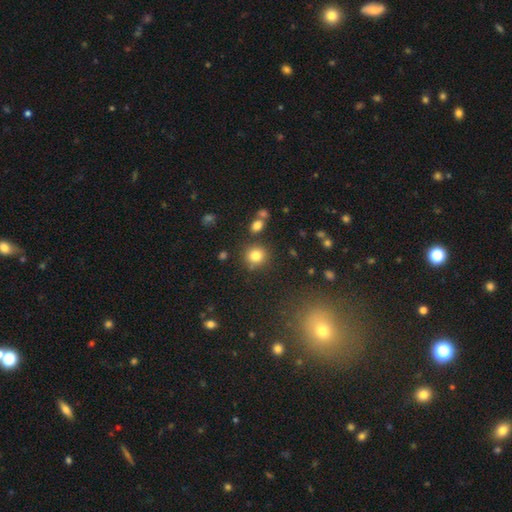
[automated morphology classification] smooth-or-featured: smooth: 81% | star or artifact: 12% | featured or disk: 7%
  how-rounded: round: 87% | in between: 12% | cigar-shaped: 1%
  merging: none: 80% | minor disturbance: 10% | merger: 6% | major disturbance: 3%